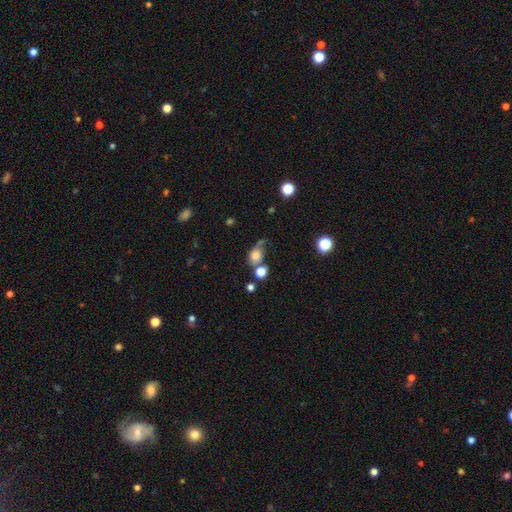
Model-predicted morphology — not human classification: This appears to be a smooth galaxy with no disk features (72%) that is round (58%). Merging: none (40%).